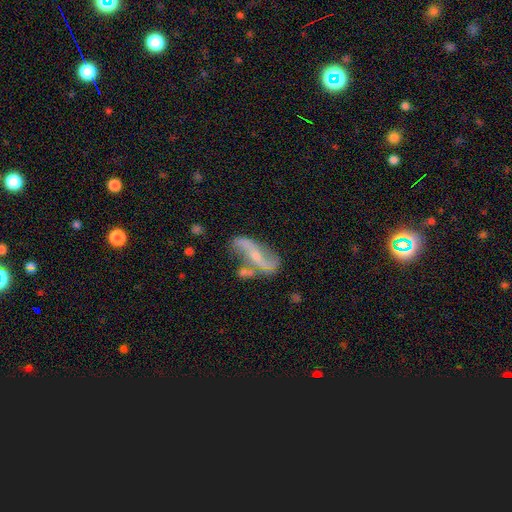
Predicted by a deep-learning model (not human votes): A featured or disk galaxy (80%) with no bar (38%), 2 (89%) loose (78%) spiral arms (90%) and a small central bulge (59%).

Vote fractions:
- Smooth or featured? featured or disk: 80% / smooth: 13% / star or artifact: 7%
- Edge-on disk? no: 90% / yes: 10%
- Bar? no: 38% / weak: 35% / strong: 28%
- Spiral arms? yes: 90% / no: 10%
- Spiral winding? loose: 78% / medium: 16% / tight: 6%
- Spiral arm count? 2: 89% / can't tell: 4% / 1: 3% / 3: 1% / 4: 1% / more than 4: 1%
- Bulge size? small: 59% / moderate: 28% / none: 10% / large: 2% / dominant: 1%
- Merging? none: 51% / minor disturbance: 20% / merger: 15% / major disturbance: 14%